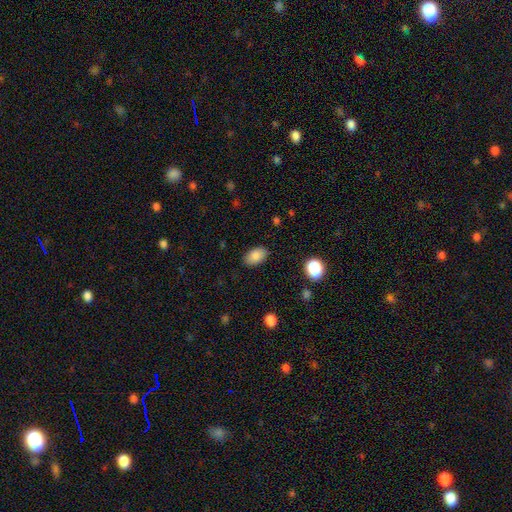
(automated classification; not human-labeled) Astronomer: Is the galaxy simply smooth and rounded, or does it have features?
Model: smooth — 85%.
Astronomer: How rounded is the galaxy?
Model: in between — 89%.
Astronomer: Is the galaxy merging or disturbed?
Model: none — 86%.